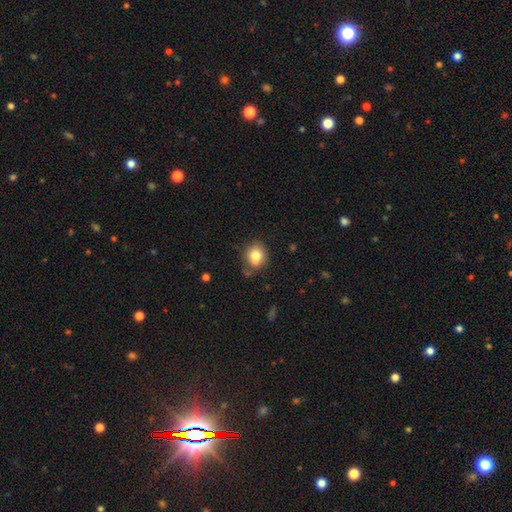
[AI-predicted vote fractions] Smooth or featured? Predicted: smooth (p=0.76). How rounded? Predicted: round (p=0.67). Merging? Predicted: none (p=0.57).